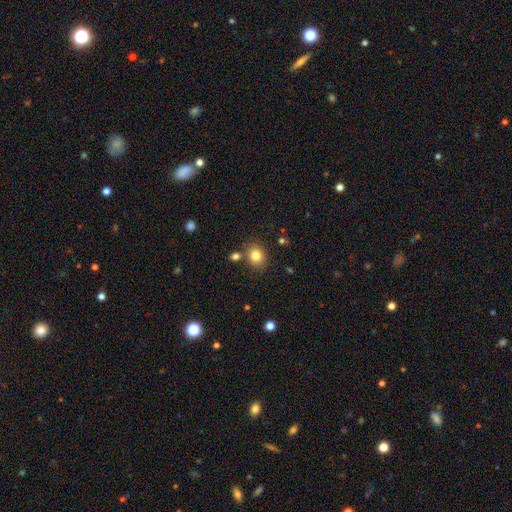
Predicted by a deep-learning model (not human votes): Overall: smooth (82%). How rounded: round (66%; in between 34%). Merging: none (80%).